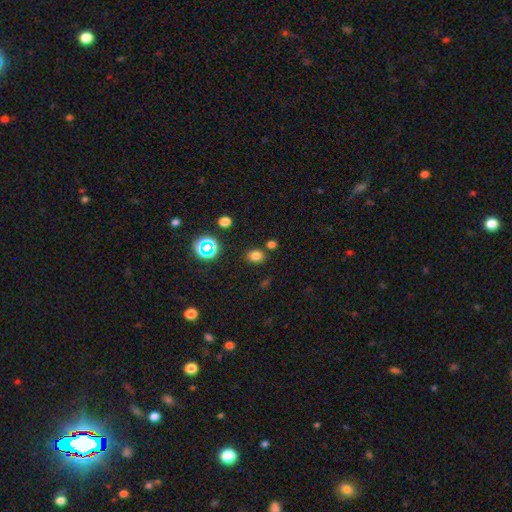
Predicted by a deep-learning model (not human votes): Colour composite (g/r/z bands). It shows a smooth galaxy with no disk features (75%) that is in between round and cigar-shaped (50%). Merging: none (80%).